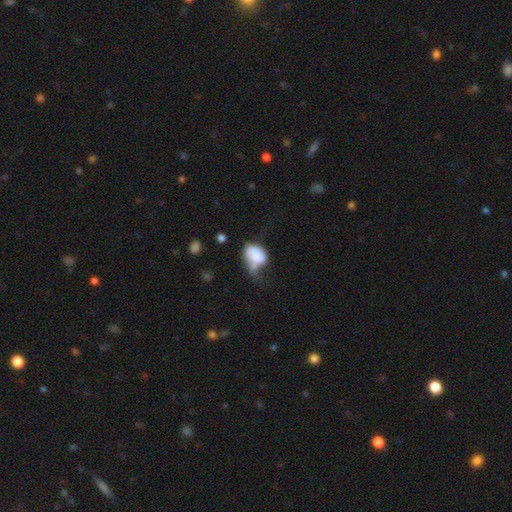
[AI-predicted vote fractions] Smooth or featured? Predicted: smooth (p=0.72). How rounded? Predicted: in between (p=0.71). Merging? Predicted: major disturbance (p=0.37).